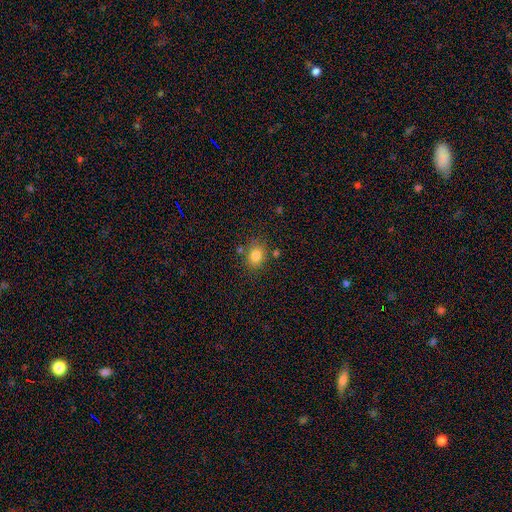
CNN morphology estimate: smooth-or-featured: smooth: 82% | star or artifact: 11% | featured or disk: 7%
  how-rounded: round: 50% | in between: 49% | cigar-shaped: 1%
  merging: none: 75% | minor disturbance: 14% | merger: 7% | major disturbance: 4%